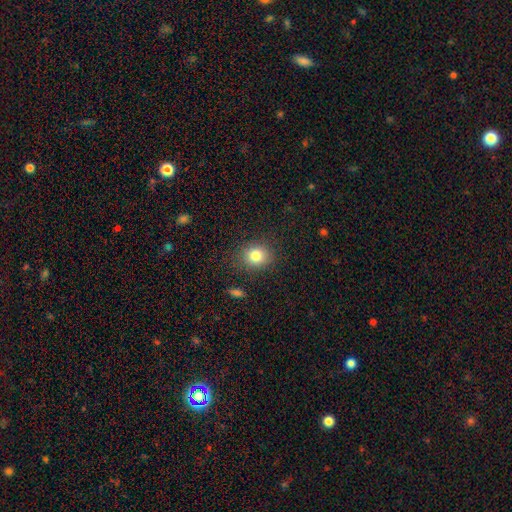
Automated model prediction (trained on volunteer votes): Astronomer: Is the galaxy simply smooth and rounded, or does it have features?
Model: smooth — 82%.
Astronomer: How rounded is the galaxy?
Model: round — 59% (runner-up: in between, 40%).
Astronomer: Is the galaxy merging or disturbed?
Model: none — 83%.